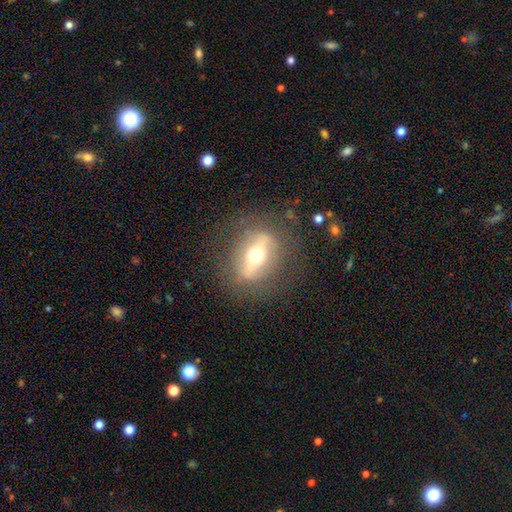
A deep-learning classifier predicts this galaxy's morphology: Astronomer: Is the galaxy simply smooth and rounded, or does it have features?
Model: featured or disk — 67%.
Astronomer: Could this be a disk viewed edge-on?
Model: no — 54% (runner-up: yes, 46%).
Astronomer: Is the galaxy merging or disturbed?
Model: none — 80%.